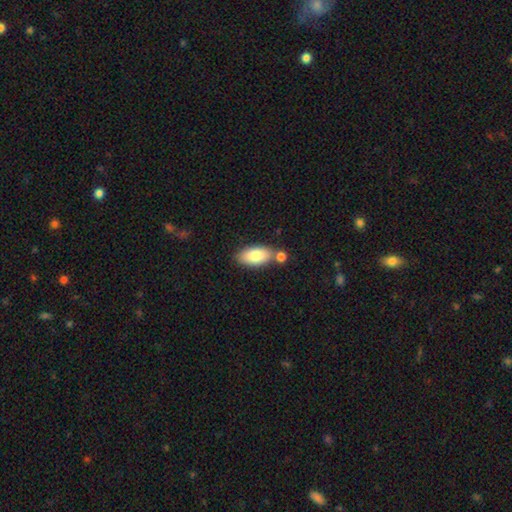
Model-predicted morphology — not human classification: Smooth or featured?
  - smooth: 82% *
  - featured or disk: 12%
  - star or artifact: 6%
How rounded?
  - in between: 91% *
  - cigar-shaped: 6%
  - round: 3%
Merging?
  - none: 63% *
  - merger: 22%
  - minor disturbance: 13%
  - major disturbance: 3%